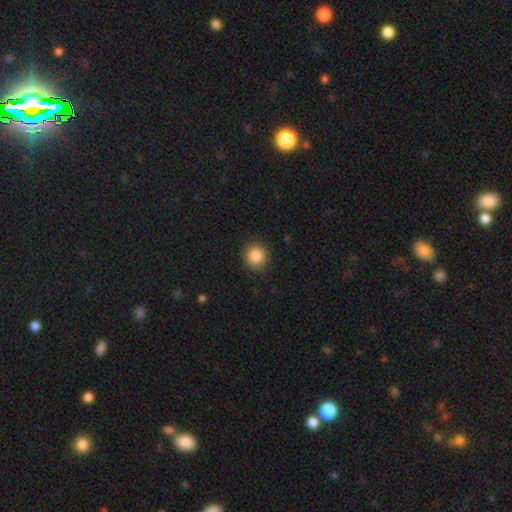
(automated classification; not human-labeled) Morphology: type=smooth (87%); roundness=round (88%); merging=none (86%).